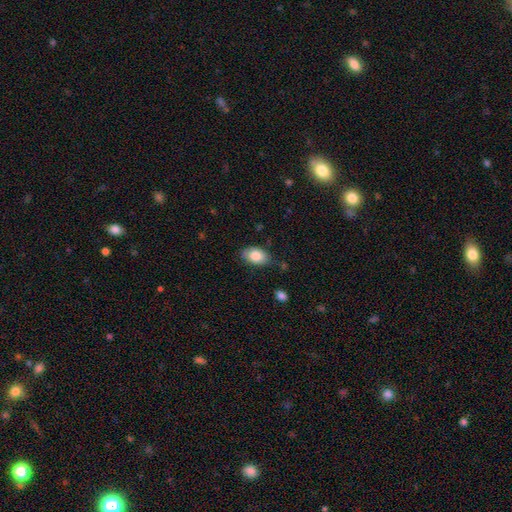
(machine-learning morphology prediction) Smooth or featured? smooth (85%)
How rounded? in between (89%)
Merging? none (77%)